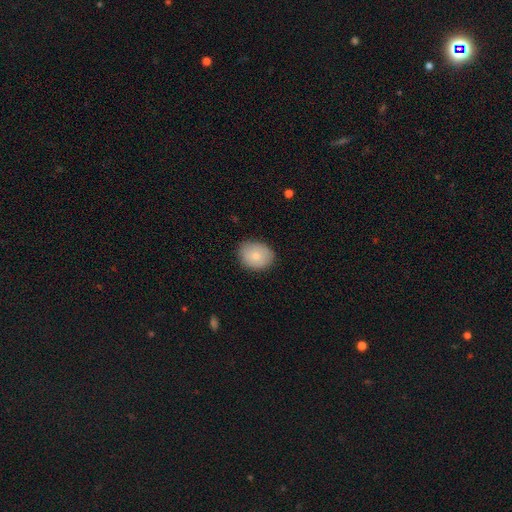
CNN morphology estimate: smooth_or_featured: smooth (p=0.83) [alt: featured or disk p=0.11]
how_rounded: in between (p=0.53) [alt: round p=0.46]
merging: none (p=0.82) [alt: minor disturbance p=0.14]